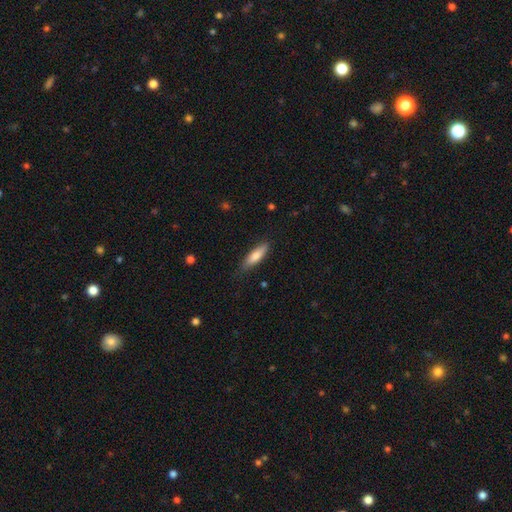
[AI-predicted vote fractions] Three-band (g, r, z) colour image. It shows a smooth galaxy with no disk features (77%) that is cigar-shaped (59%). Merging: none (80%).